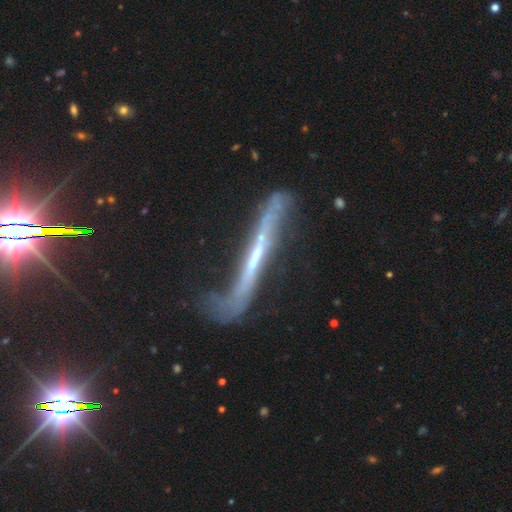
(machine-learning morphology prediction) A featured or disk galaxy (74%) viewed edge-on (71%) with no central bulge (65%). Merging: none (35%).